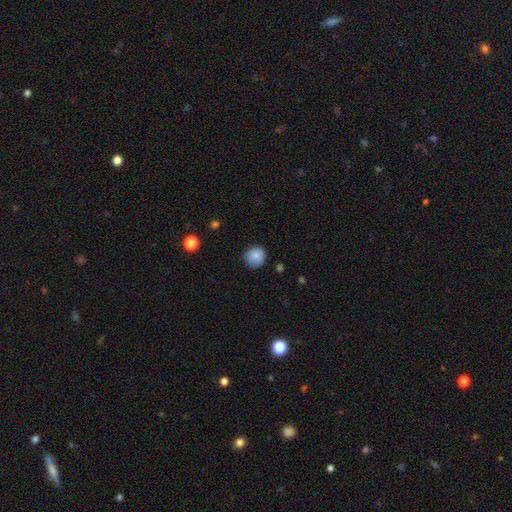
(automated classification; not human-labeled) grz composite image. It shows a smooth galaxy with no disk features (86%) that is round (93%). Merging: none (85%).